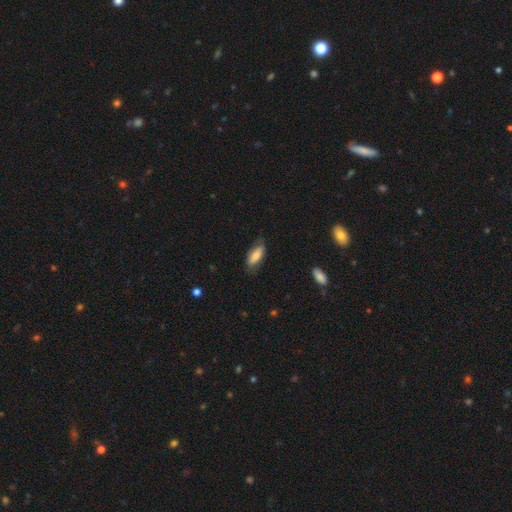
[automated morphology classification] smooth_or_featured: smooth (p=0.72) [alt: featured or disk p=0.21]
how_rounded: in between (p=0.79) [alt: cigar-shaped p=0.19]
merging: none (p=0.65) [alt: minor disturbance p=0.26]